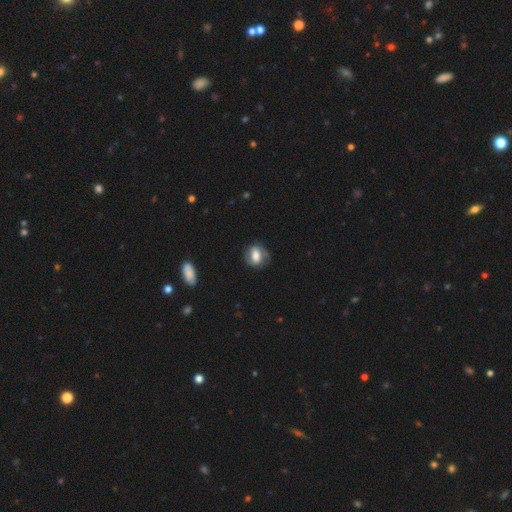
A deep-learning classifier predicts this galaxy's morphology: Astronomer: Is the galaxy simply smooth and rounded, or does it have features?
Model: smooth — 51% (runner-up: featured or disk, 41%).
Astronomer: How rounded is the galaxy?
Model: in between — 57% (runner-up: round, 40%).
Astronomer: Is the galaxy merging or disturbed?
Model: none — 71%.